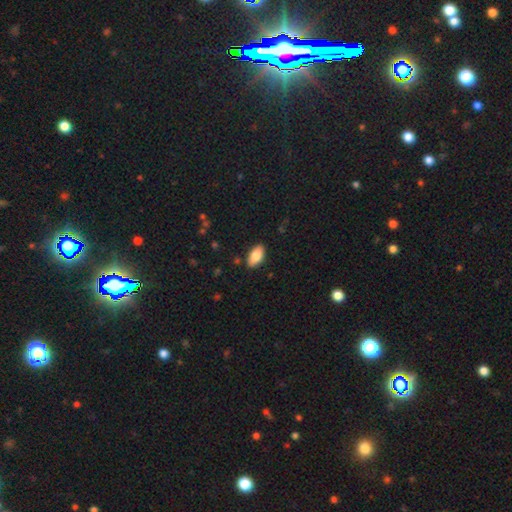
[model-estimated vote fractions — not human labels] Smooth or featured?
  - smooth: 83% *
  - featured or disk: 10%
  - star or artifact: 7%
How rounded?
  - in between: 92% *
  - cigar-shaped: 5%
  - round: 3%
Merging?
  - none: 88% *
  - minor disturbance: 9%
  - major disturbance: 2%
  - merger: 1%